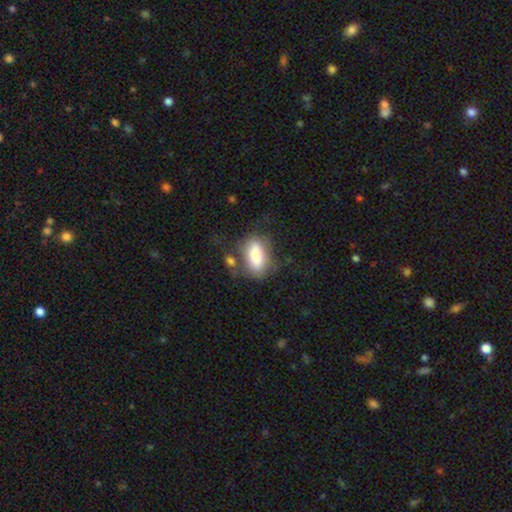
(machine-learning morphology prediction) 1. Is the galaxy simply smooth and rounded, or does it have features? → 77% smooth, 16% featured or disk, 7% star or artifact.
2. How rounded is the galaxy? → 87% in between, 8% cigar-shaped, 5% round.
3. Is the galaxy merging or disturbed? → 43% none, 24% minor disturbance, 20% major disturbance, 13% merger.